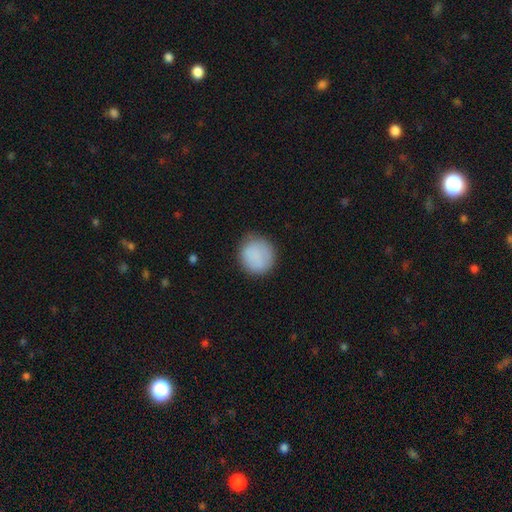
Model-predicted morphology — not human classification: The model was most divided on "merging": none: 78%, minor disturbance: 16%, major disturbance: 4%, merger: 1%. More confident: how rounded — round (88%); smooth or featured — smooth (85%).